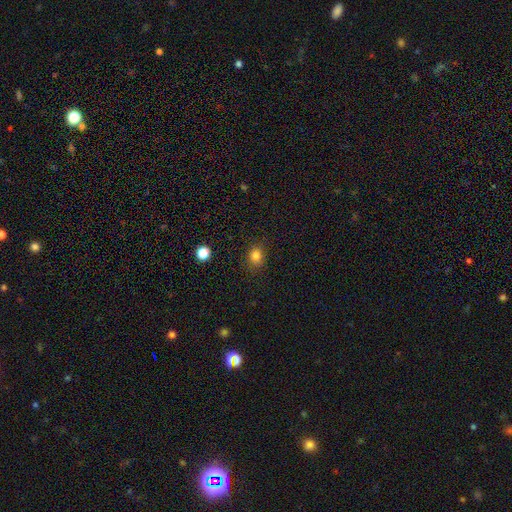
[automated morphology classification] Q: Smooth or featured?
A: smooth (81%); runner-up: star or artifact (13%)
Q: How rounded?
A: round (66%); runner-up: in between (33%)
Q: Merging?
A: none (86%); runner-up: minor disturbance (10%)